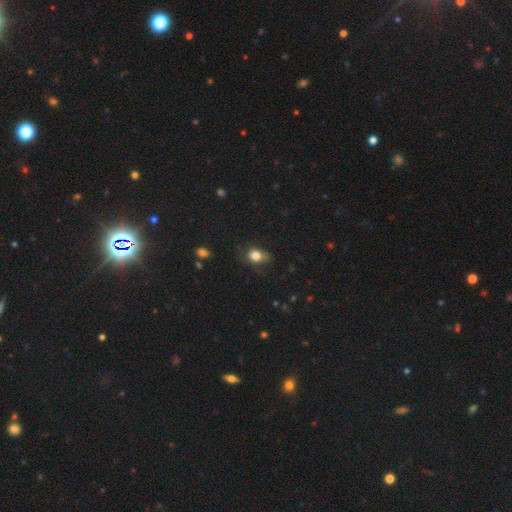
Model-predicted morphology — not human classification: type=smooth (78%); roundness=in between (58%); merging=none (50%).